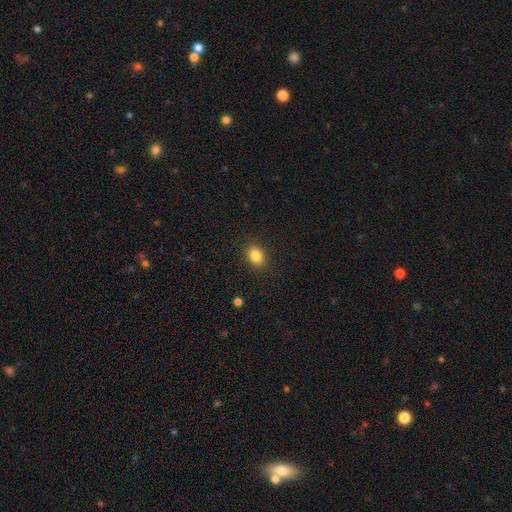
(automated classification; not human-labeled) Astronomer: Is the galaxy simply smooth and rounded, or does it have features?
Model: smooth — 85%.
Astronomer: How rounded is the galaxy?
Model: in between — 65%.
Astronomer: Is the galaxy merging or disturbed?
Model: none — 88%.